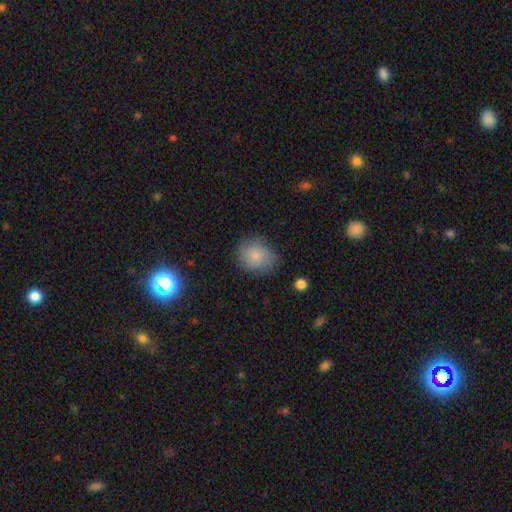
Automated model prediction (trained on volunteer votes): Q: Smooth or featured?
A: smooth (81%); runner-up: featured or disk (12%)
Q: How rounded?
A: round (74%); runner-up: in between (25%)
Q: Merging?
A: none (72%); runner-up: minor disturbance (21%)